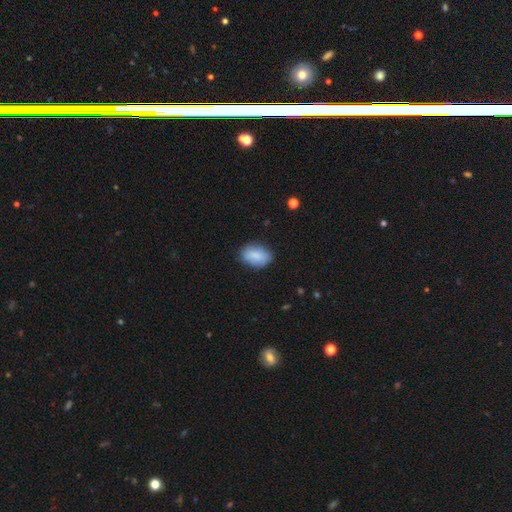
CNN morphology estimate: smooth_or_featured: smooth (p=0.86) [alt: featured or disk p=0.07]
how_rounded: in between (p=0.87) [alt: round p=0.12]
merging: none (p=0.79) [alt: minor disturbance p=0.17]